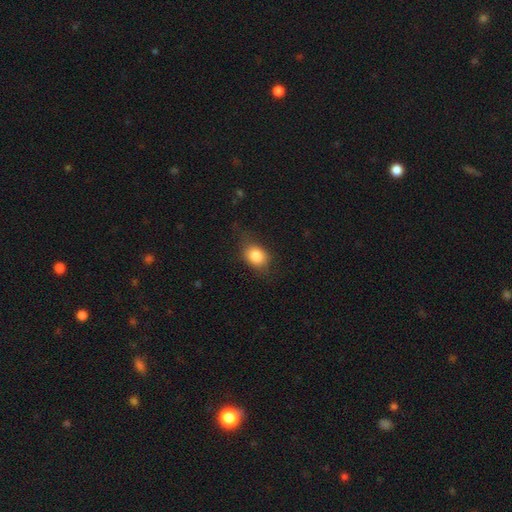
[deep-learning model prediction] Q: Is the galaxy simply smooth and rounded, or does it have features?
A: smooth — 82%.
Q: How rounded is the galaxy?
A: in between — 57%.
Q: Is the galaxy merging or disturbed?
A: none — 68%.